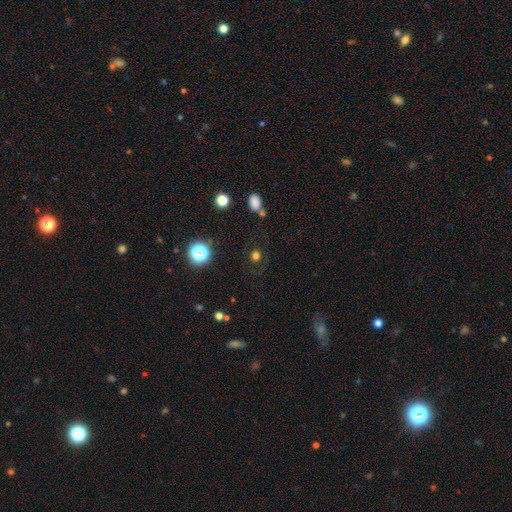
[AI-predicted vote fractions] The model was most divided on "smooth or featured": smooth: 66%, star or artifact: 27%, featured or disk: 8%. More confident: how rounded — round (85%); merging — none (77%).